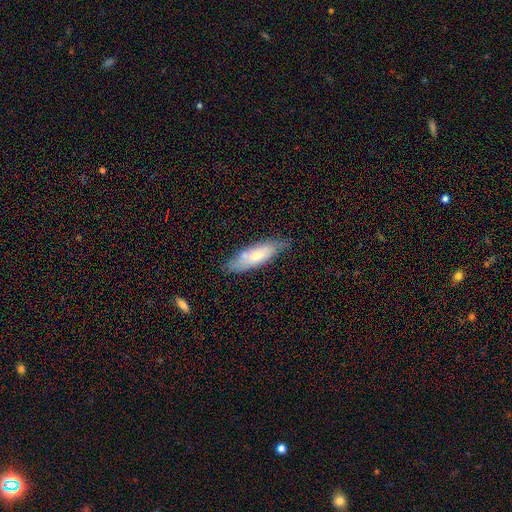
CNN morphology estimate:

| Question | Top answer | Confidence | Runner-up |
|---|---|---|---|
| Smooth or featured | smooth | 64% | featured or disk (30%) |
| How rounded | in between | 51% | cigar-shaped (47%) |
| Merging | none | 69% | minor disturbance (22%) |